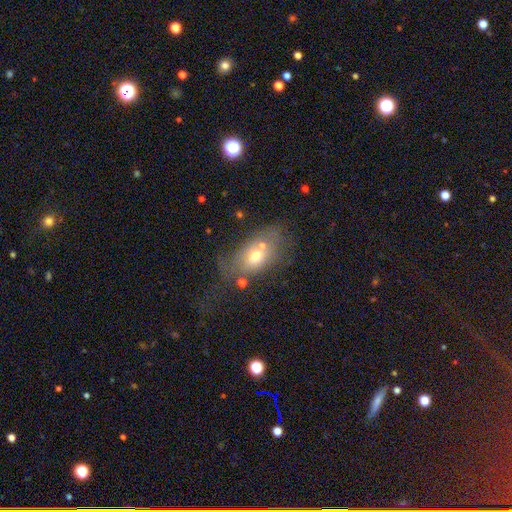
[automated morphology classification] A smooth galaxy with no disk features (62%) that is in between round and cigar-shaped (83%).

Vote fractions:
- Smooth or featured? smooth: 62% / featured or disk: 28% / star or artifact: 11%
- How rounded? in between: 83% / round: 13% / cigar-shaped: 4%
- Merging? none: 44% / merger: 22% / minor disturbance: 21% / major disturbance: 14%